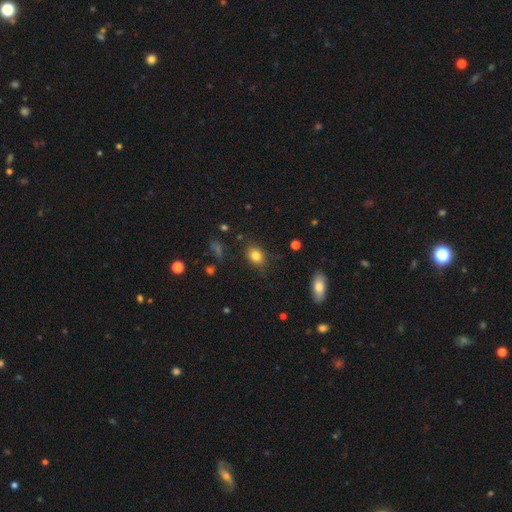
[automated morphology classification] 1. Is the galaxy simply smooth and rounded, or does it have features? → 81% smooth, 11% star or artifact, 8% featured or disk.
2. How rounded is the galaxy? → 64% in between, 34% round, 1% cigar-shaped.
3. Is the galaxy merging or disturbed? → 79% none, 15% minor disturbance, 4% major disturbance, 2% merger.